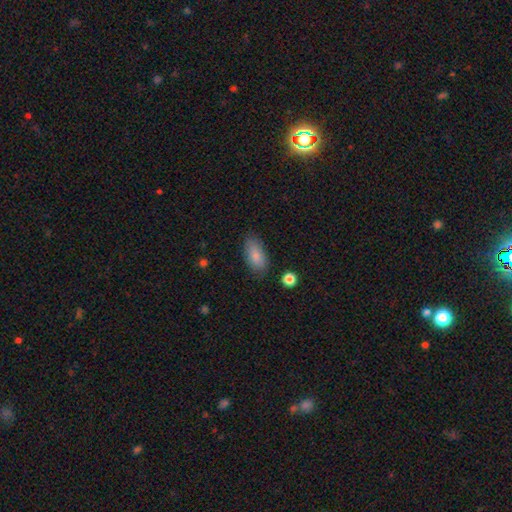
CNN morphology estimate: smooth 86%, featured or disk 7%, star or artifact 7%. Down the decision tree: how rounded — in between (90%); merging — none (80%).